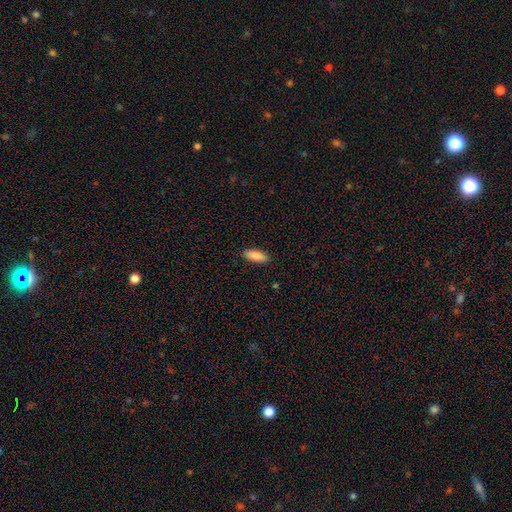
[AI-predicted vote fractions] Smooth or featured?
  - smooth: 88% *
  - star or artifact: 6%
  - featured or disk: 6%
How rounded?
  - in between: 74% *
  - cigar-shaped: 24%
  - round: 2%
Merging?
  - none: 89% *
  - minor disturbance: 8%
  - major disturbance: 2%
  - merger: 1%